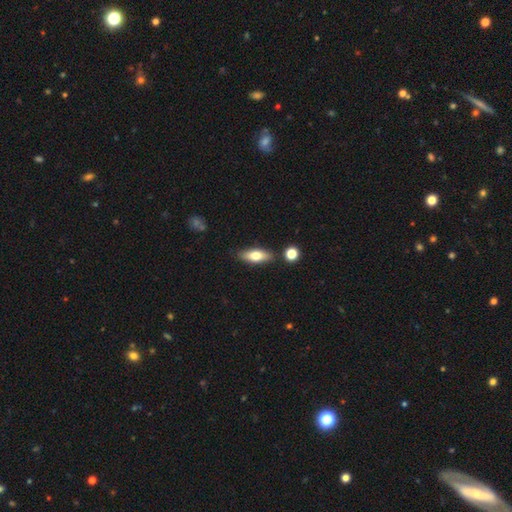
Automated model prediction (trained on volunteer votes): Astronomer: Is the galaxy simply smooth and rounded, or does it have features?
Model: smooth — 68%.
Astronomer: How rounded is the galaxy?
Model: in between — 66%.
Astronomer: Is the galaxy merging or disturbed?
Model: none — 82%.